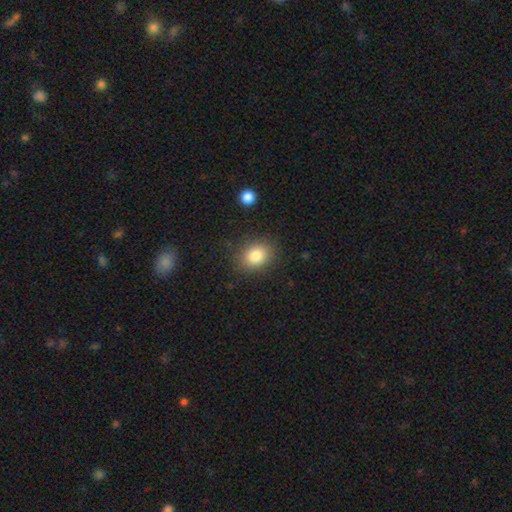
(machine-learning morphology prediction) smooth 83%, star or artifact 10%, featured or disk 7%. Down the decision tree: how rounded — in between (57%); merging — none (85%).